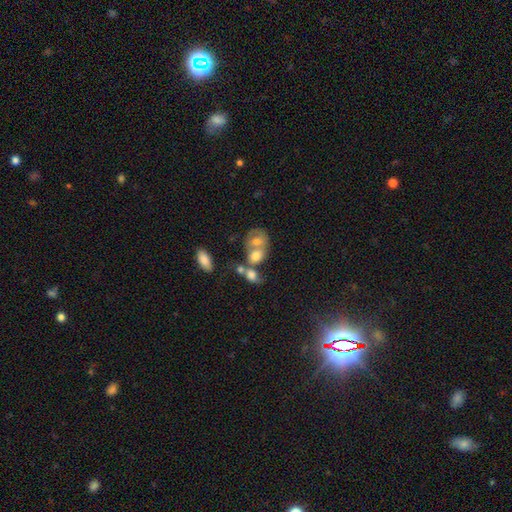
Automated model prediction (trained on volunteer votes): Smooth or featured?
  - smooth: 68% *
  - featured or disk: 22%
  - star or artifact: 10%
How rounded?
  - in between: 56% *
  - round: 42%
  - cigar-shaped: 2%
Merging?
  - merger: 61% *
  - none: 22%
  - minor disturbance: 10%
  - major disturbance: 8%